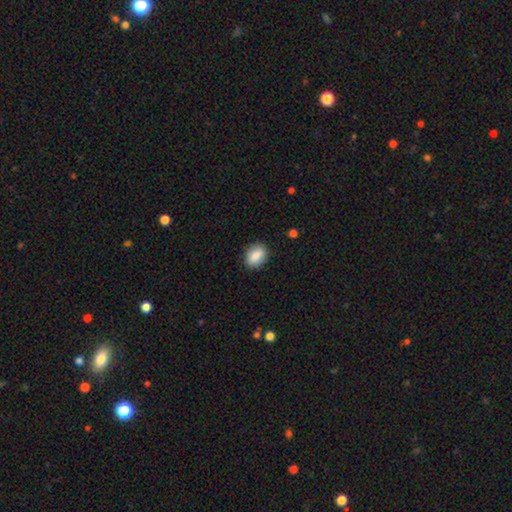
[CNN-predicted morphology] Smooth or featured? Predicted: smooth (p=0.88). How rounded? Predicted: in between (p=0.78). Merging? Predicted: none (p=0.86).